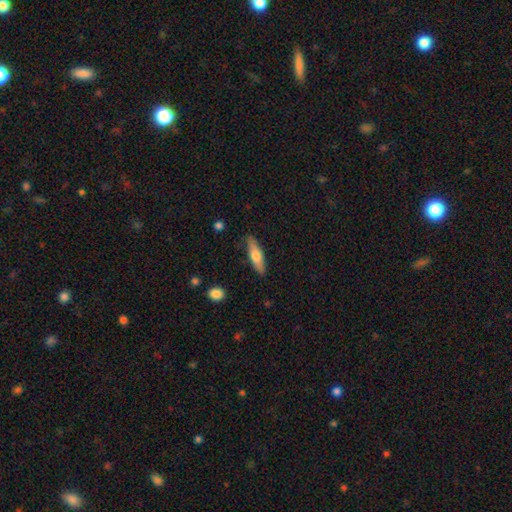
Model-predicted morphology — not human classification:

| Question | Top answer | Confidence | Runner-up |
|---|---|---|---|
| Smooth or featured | smooth | 62% | featured or disk (32%) |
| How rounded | cigar-shaped | 63% | in between (35%) |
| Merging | none | 85% | minor disturbance (11%) |